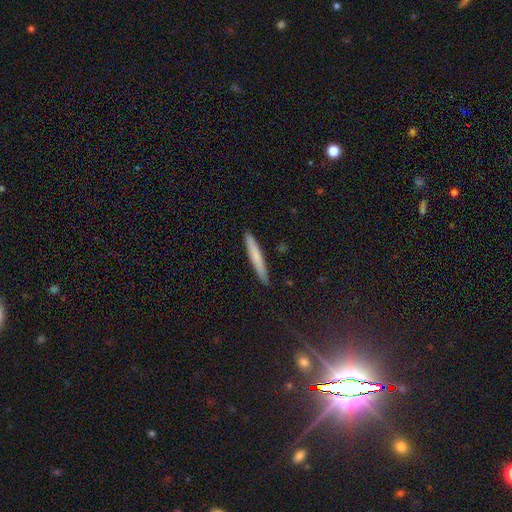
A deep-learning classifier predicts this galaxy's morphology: Smooth or featured?
  - smooth: 69% *
  - featured or disk: 24%
  - star or artifact: 7%
How rounded?
  - cigar-shaped: 96% *
  - in between: 3%
  - round: 1%
Merging?
  - none: 90% *
  - minor disturbance: 7%
  - major disturbance: 1%
  - merger: 1%